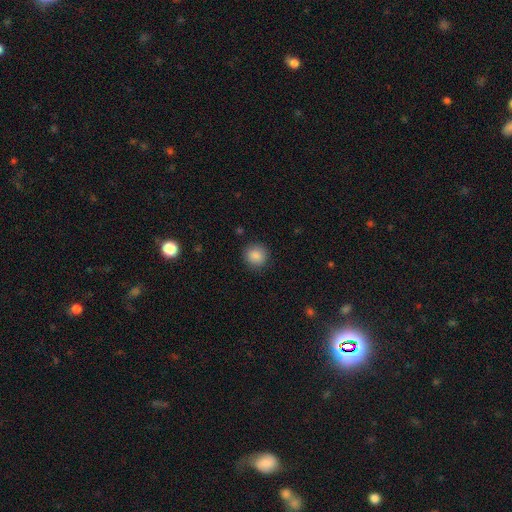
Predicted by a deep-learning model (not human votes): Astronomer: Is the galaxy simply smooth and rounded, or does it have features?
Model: smooth — 87%.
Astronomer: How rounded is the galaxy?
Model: round — 92%.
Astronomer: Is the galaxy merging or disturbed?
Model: none — 89%.